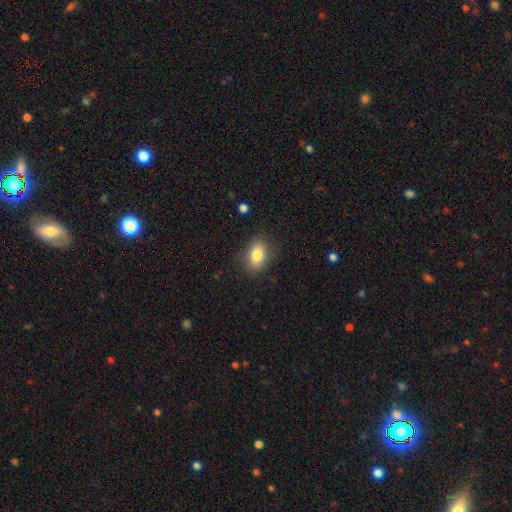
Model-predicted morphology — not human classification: Smooth or featured?
  - smooth: 82% *
  - star or artifact: 10%
  - featured or disk: 9%
How rounded?
  - in between: 77% *
  - round: 21%
  - cigar-shaped: 2%
Merging?
  - none: 85% *
  - minor disturbance: 11%
  - major disturbance: 3%
  - merger: 1%